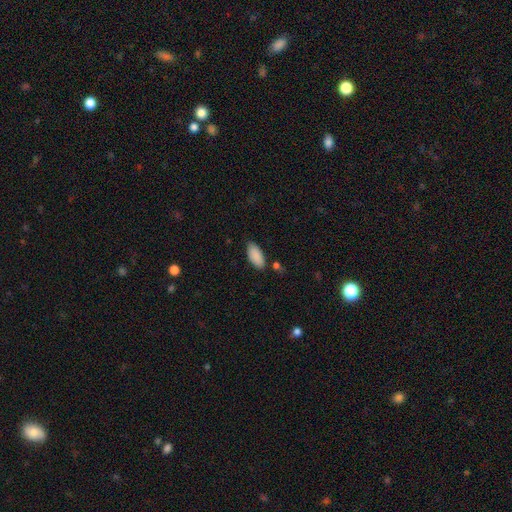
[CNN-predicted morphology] type=smooth (89%); roundness=in between (90%); merging=none (77%).